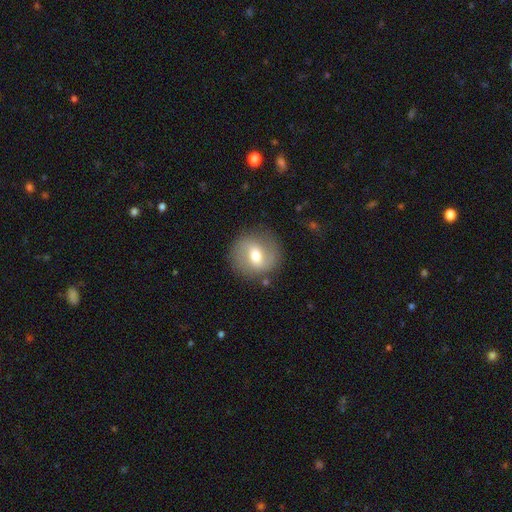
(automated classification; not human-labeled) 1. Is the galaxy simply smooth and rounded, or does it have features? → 52% featured or disk, 41% smooth, 7% star or artifact.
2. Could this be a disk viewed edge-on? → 95% no, 5% yes.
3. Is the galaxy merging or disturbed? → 82% none, 11% minor disturbance, 5% major disturbance, 2% merger.